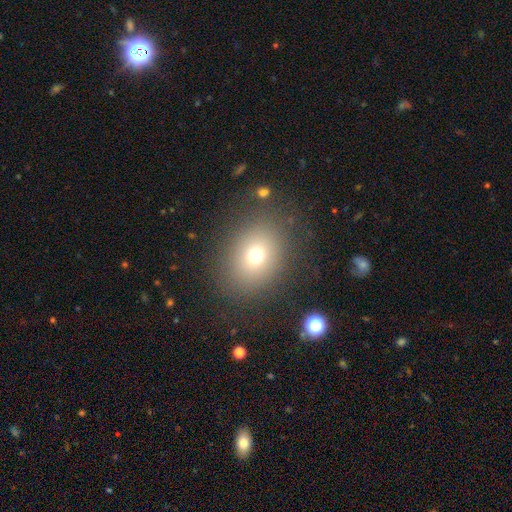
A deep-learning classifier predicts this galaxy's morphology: Smooth or featured? Predicted: smooth (p=0.70). How rounded? Predicted: round (p=0.54). Merging? Predicted: none (p=0.83).